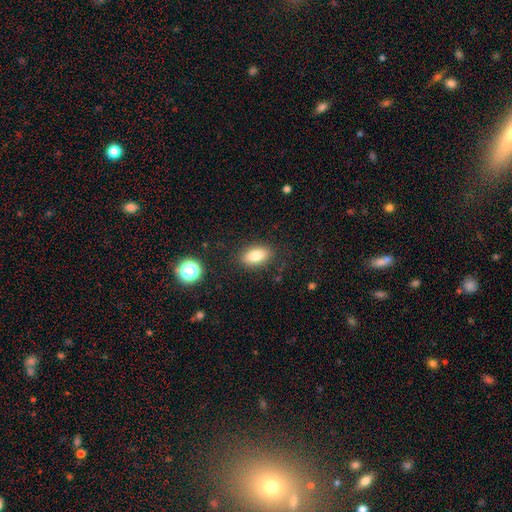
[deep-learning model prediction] Smooth or featured? Predicted: smooth (p=0.82). How rounded? Predicted: in between (p=0.88). Merging? Predicted: none (p=0.86).